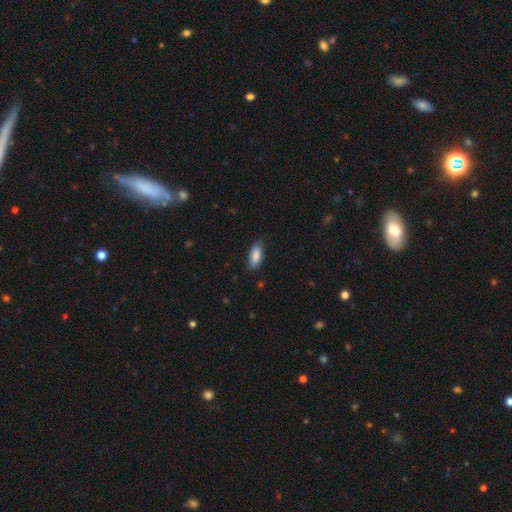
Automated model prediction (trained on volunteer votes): smooth_or_featured: smooth (p=0.84) [alt: featured or disk p=0.10]
how_rounded: in between (p=0.82) [alt: cigar-shaped p=0.16]
merging: none (p=0.73) [alt: minor disturbance p=0.22]